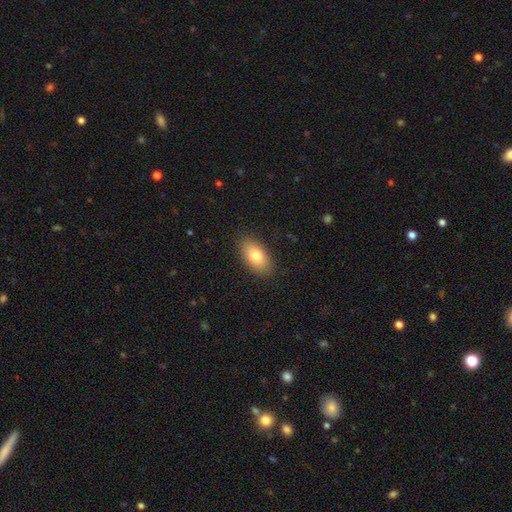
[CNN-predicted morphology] Q: Smooth or featured?
A: smooth (79%); runner-up: featured or disk (14%)
Q: How rounded?
A: in between (92%); runner-up: round (4%)
Q: Merging?
A: none (88%); runner-up: minor disturbance (9%)